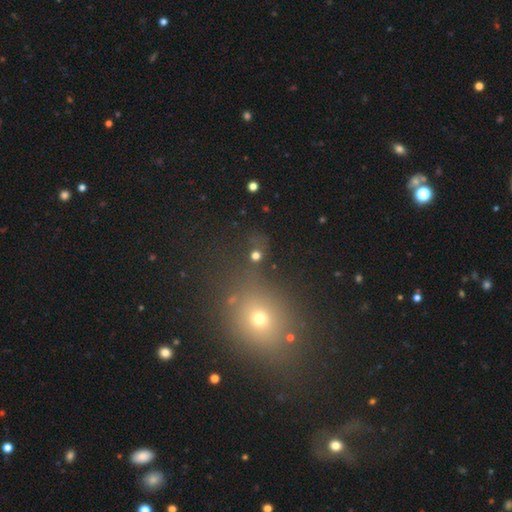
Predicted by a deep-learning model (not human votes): The model was most divided on "smooth or featured": smooth: 60%, star or artifact: 30%, featured or disk: 10%. More confident: how rounded — round (81%); merging — none (65%).